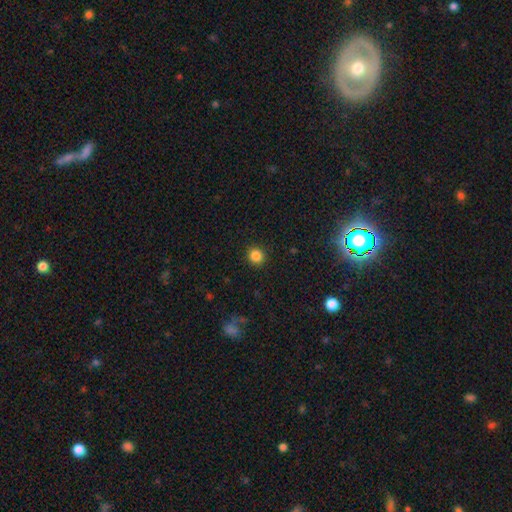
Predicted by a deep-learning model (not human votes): Smooth or featured?
  - smooth: 85% *
  - star or artifact: 11%
  - featured or disk: 4%
How rounded?
  - round: 89% *
  - in between: 10%
  - cigar-shaped: 1%
Merging?
  - none: 92% *
  - minor disturbance: 5%
  - major disturbance: 2%
  - merger: 1%